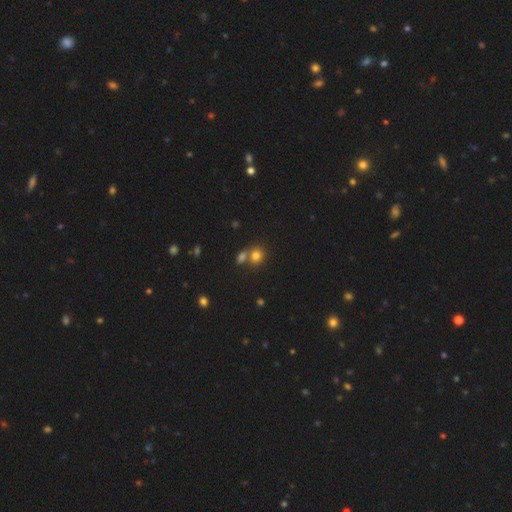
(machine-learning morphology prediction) smooth-or-featured: smooth: 77% | star or artifact: 15% | featured or disk: 8%
  how-rounded: round: 74% | in between: 25% | cigar-shaped: 1%
  merging: none: 50% | merger: 39% | minor disturbance: 8% | major disturbance: 3%